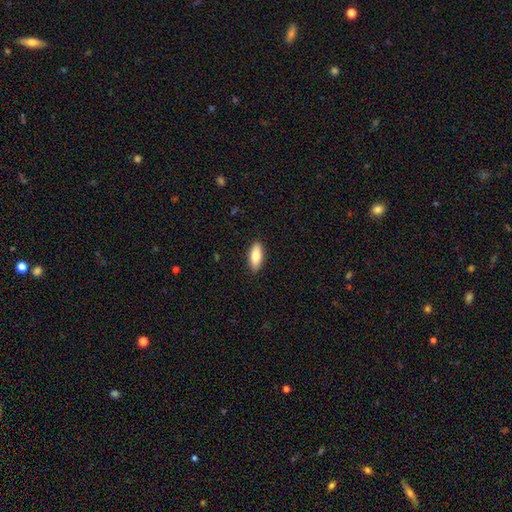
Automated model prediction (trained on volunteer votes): smooth_or_featured: smooth (p=0.82) [alt: featured or disk p=0.12]
how_rounded: in between (p=0.76) [alt: cigar-shaped p=0.21]
merging: none (p=0.88) [alt: minor disturbance p=0.09]